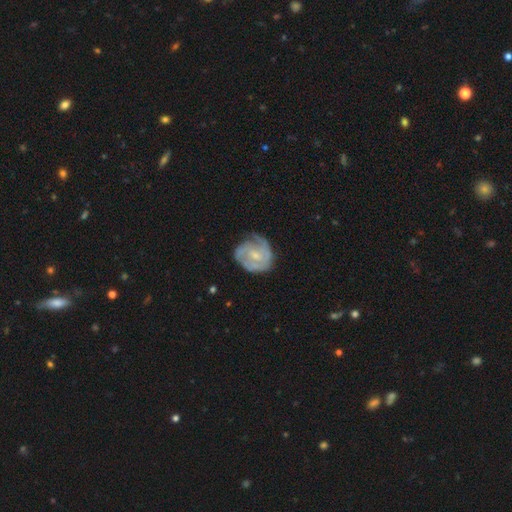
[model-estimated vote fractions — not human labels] The model was most divided on "spiral arm count": can't tell: 32%, 2: 31%, 3: 20%, 1: 9%, 4: 5%, more than 4: 4%. More confident: edge-on disk — no (98%); spiral arms — yes (88%); smooth or featured — featured or disk (75%); bulge size — small (59%); merging — none (59%); spiral winding — tight (58%); bar — no (53%).